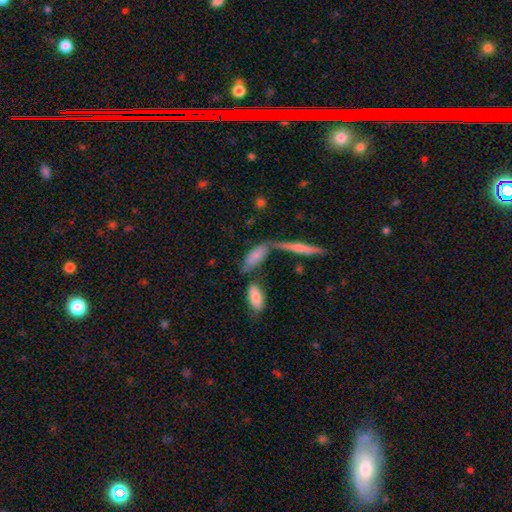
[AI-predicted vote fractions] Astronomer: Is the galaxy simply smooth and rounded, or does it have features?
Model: smooth — 68%.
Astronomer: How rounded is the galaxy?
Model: in between — 67%.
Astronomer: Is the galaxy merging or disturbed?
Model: none — 40% (runner-up: merger, 34%).